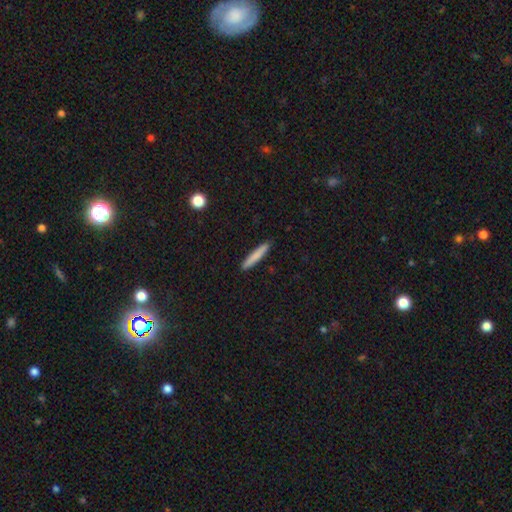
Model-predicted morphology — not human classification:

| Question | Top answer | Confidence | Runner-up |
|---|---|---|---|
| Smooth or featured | smooth | 79% | featured or disk (15%) |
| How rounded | cigar-shaped | 95% | in between (4%) |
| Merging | none | 91% | minor disturbance (6%) |